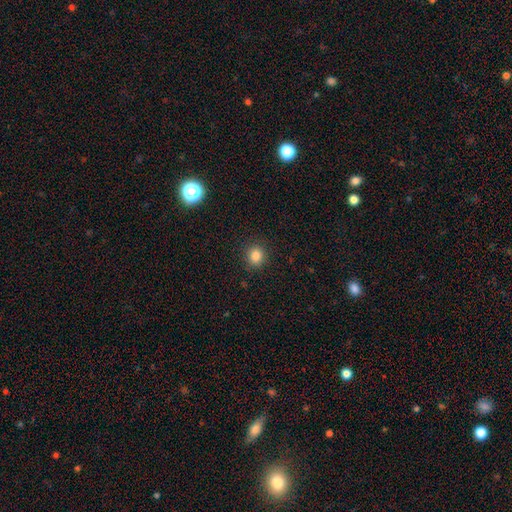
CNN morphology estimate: A smooth galaxy with no disk features (83%) that is round (82%).

Vote fractions:
- Smooth or featured? smooth: 83% / star or artifact: 12% / featured or disk: 5%
- How rounded? round: 82% / in between: 17% / cigar-shaped: 1%
- Merging? none: 90% / minor disturbance: 7% / major disturbance: 2% / merger: 1%